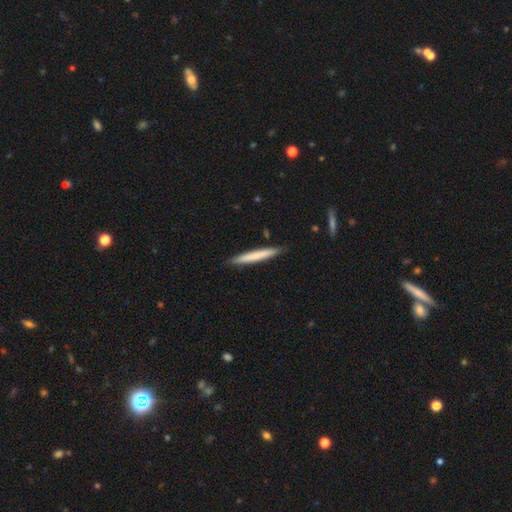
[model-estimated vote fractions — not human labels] Overall: smooth (69%). How rounded: cigar-shaped (96%). Merging: none (89%).